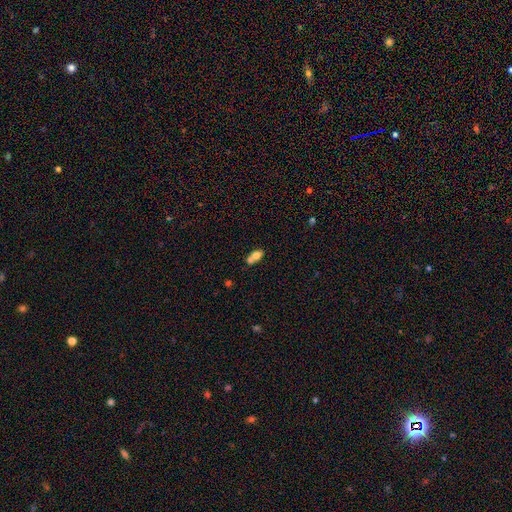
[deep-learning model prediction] A smooth galaxy with no disk features (73%) that is in between round and cigar-shaped (79%).

Vote fractions:
- Smooth or featured? smooth: 73% / featured or disk: 17% / star or artifact: 10%
- How rounded? in between: 79% / round: 15% / cigar-shaped: 6%
- Merging? merger: 51% / none: 31% / minor disturbance: 13% / major disturbance: 6%